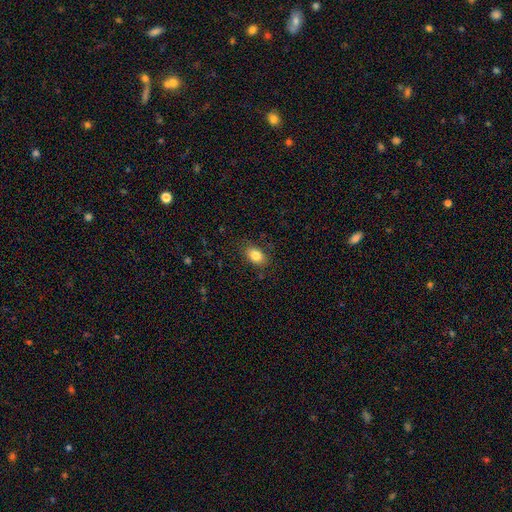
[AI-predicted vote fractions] The model was most divided on "how rounded": in between: 82%, round: 16%, cigar-shaped: 1%. More confident: merging — none (83%); smooth or featured — smooth (82%).